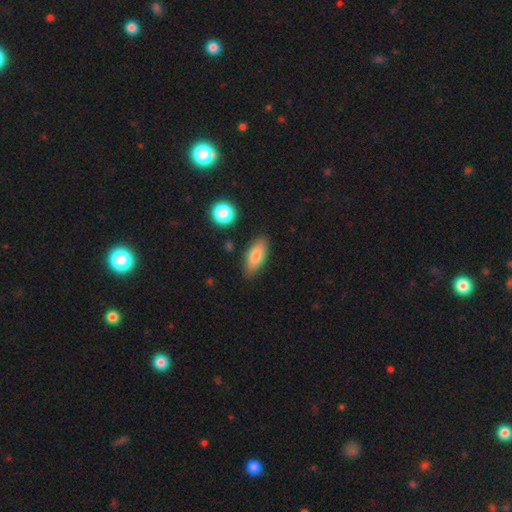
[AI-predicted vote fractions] smooth_or_featured: smooth (p=0.80) [alt: featured or disk p=0.13]
how_rounded: in between (p=0.80) [alt: cigar-shaped p=0.17]
merging: none (p=0.83) [alt: minor disturbance p=0.12]